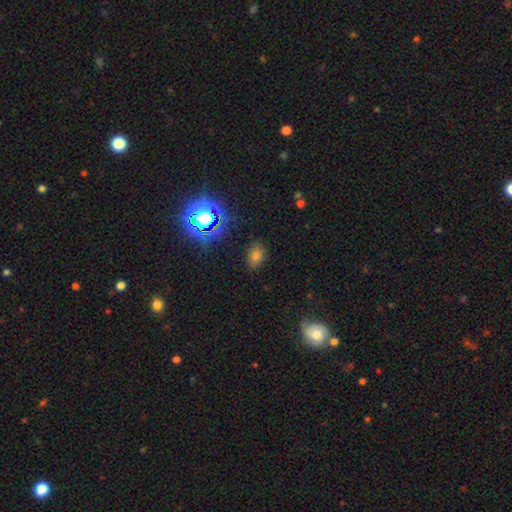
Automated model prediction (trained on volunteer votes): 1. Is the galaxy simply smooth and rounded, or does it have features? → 66% smooth, 26% star or artifact, 8% featured or disk.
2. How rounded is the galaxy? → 76% in between, 22% round, 1% cigar-shaped.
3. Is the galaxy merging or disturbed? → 83% none, 11% minor disturbance, 3% major disturbance, 2% merger.